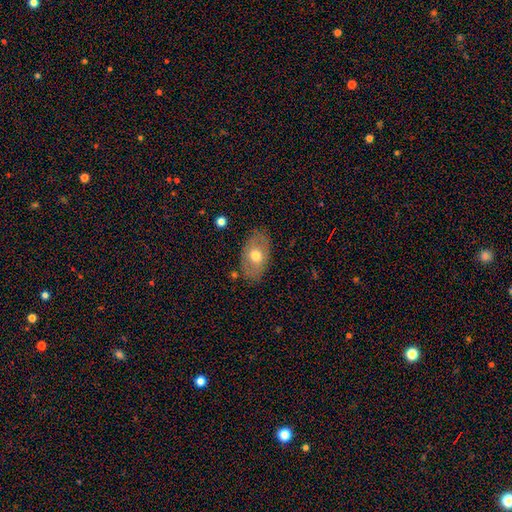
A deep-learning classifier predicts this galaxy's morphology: A smooth galaxy with no disk features (60%) that is in between round and cigar-shaped (89%).

Vote fractions:
- Smooth or featured? smooth: 60% / featured or disk: 33% / star or artifact: 7%
- How rounded? in between: 89% / round: 9% / cigar-shaped: 1%
- Merging? none: 81% / minor disturbance: 13% / major disturbance: 4% / merger: 2%